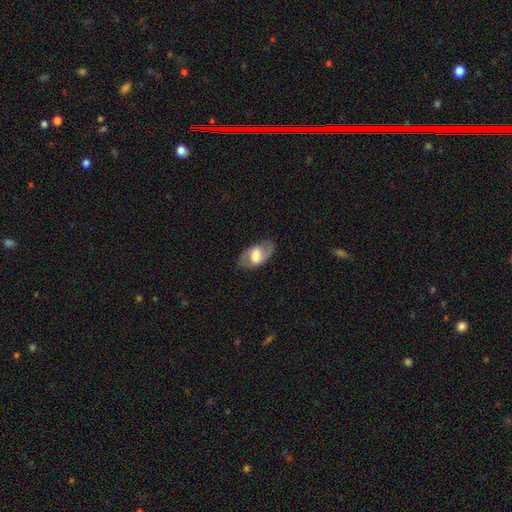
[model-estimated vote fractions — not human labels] smooth-or-featured: featured or disk: 60% | smooth: 34% | star or artifact: 6%
  disk-edge-on: no: 92% | yes: 8%
    bar: weak: 44% | strong: 32% | no: 24%
    has-spiral-arms: yes: 69% | no: 31%
    bulge-size: moderate: 43% | large: 36% | small: 13% | none: 4% | dominant: 4%
  merging: none: 82% | minor disturbance: 12% | major disturbance: 5% | merger: 1%